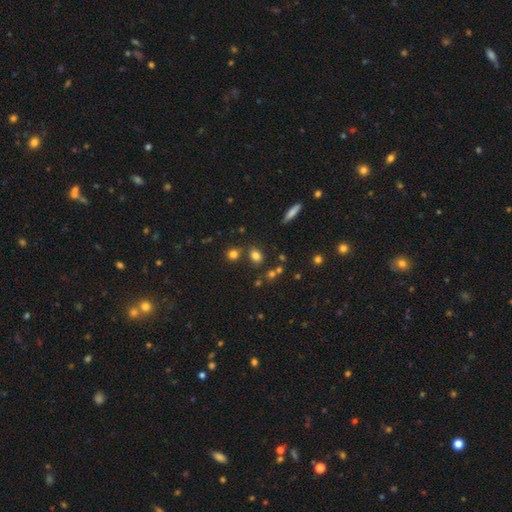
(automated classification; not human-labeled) Morphology: type=smooth (77%); roundness=in between (59%); merging=none (71%).